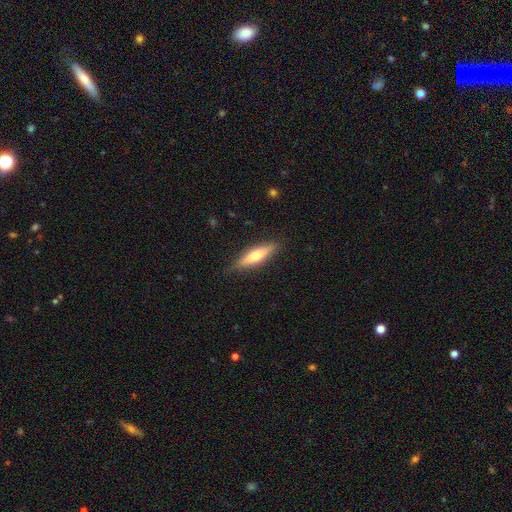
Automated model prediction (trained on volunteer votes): smooth 55%, featured or disk 39%, star or artifact 6%. Down the decision tree: how rounded — cigar-shaped (73%); merging — none (86%).